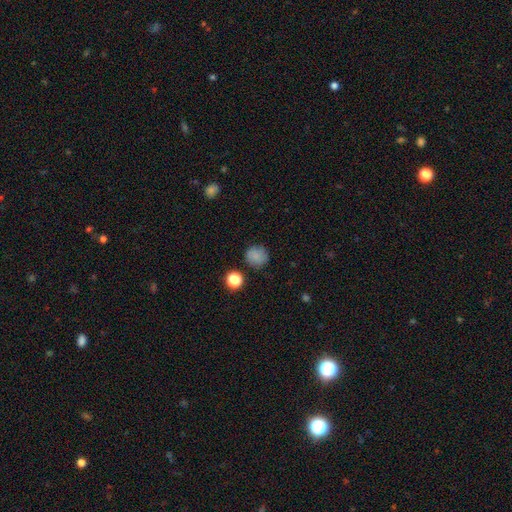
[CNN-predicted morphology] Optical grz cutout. It shows a smooth galaxy with no disk features (82%) that is round (88%). Merging: none (82%).